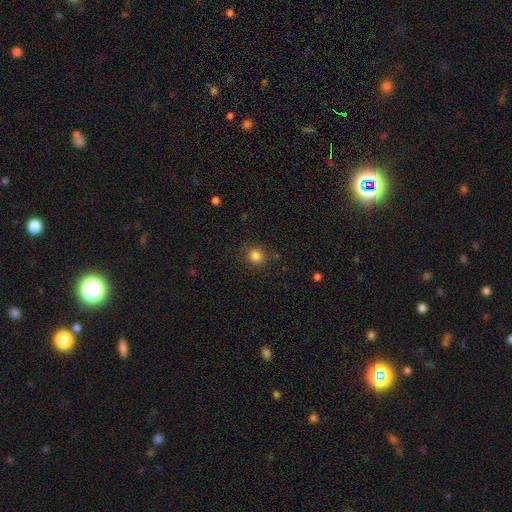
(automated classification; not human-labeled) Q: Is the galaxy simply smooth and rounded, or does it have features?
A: smooth — 83%.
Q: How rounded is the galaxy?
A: round — 85%.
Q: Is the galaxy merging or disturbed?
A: none — 87%.